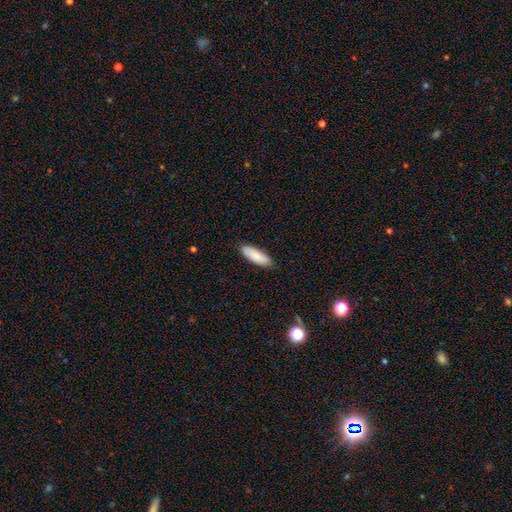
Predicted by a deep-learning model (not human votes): smooth 84%, featured or disk 10%, star or artifact 6%. Down the decision tree: how rounded — in between (61%); merging — none (83%).